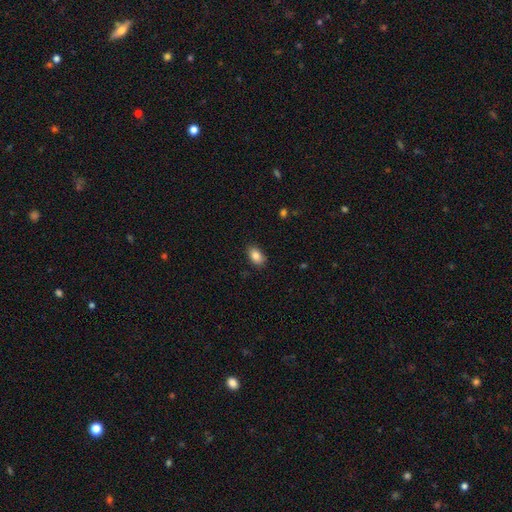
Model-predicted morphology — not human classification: type=smooth (85%); roundness=in between (89%); merging=none (85%).